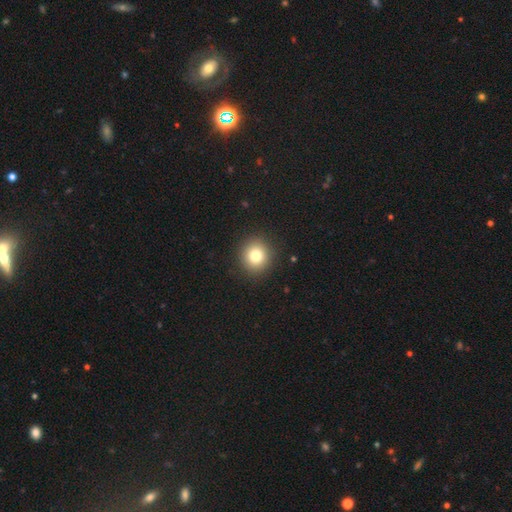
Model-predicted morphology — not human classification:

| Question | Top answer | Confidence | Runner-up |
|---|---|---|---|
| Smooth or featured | smooth | 80% | star or artifact (12%) |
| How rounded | round | 89% | in between (10%) |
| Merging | none | 91% | minor disturbance (6%) |